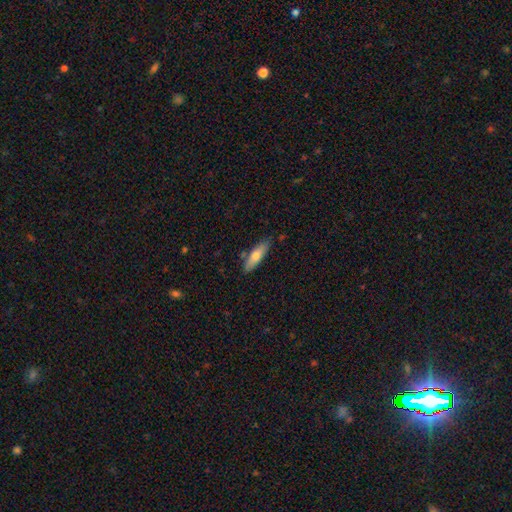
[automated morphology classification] type=smooth (70%); roundness=cigar-shaped (57%); merging=none (79%).